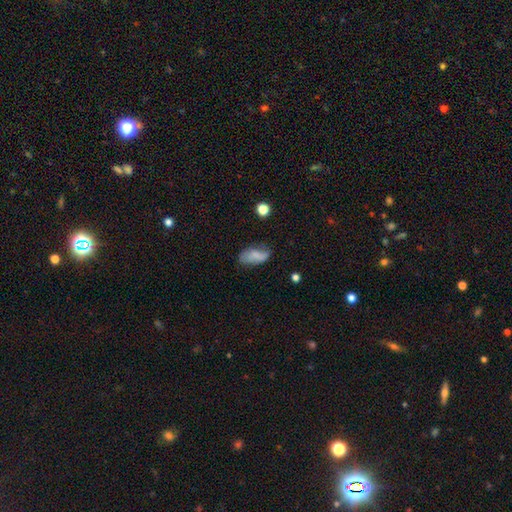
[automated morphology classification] A smooth galaxy with no disk features (74%) that is in between round and cigar-shaped (91%). Merging: none (55%).